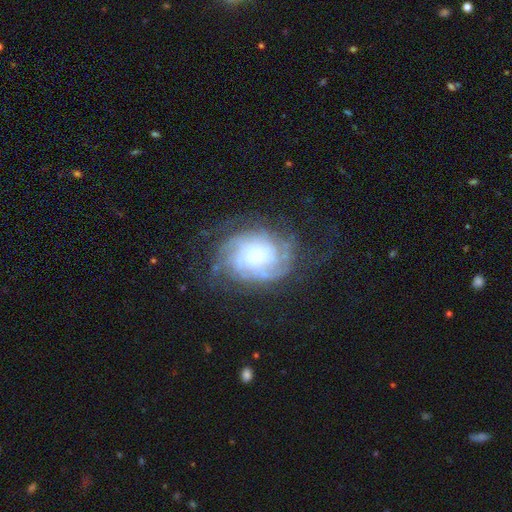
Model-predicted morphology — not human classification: A featured or disk galaxy (80%) with no bar (76%), tight (61%) spiral arms (93%) and a small central bulge (50%). Merging: none (62%).